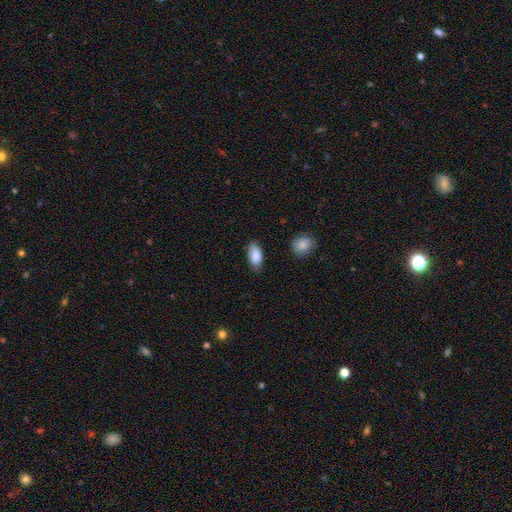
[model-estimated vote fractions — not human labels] Q: Smooth or featured?
A: smooth (87%); runner-up: featured or disk (7%)
Q: How rounded?
A: in between (90%); runner-up: cigar-shaped (7%)
Q: Merging?
A: none (77%); runner-up: minor disturbance (18%)